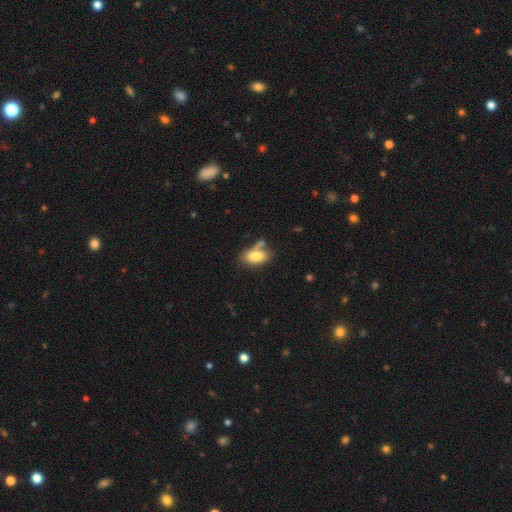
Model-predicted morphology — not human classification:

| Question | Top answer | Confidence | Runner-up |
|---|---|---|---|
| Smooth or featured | smooth | 80% | featured or disk (12%) |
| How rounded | in between | 91% | round (6%) |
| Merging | none | 51% | merger (21%) |